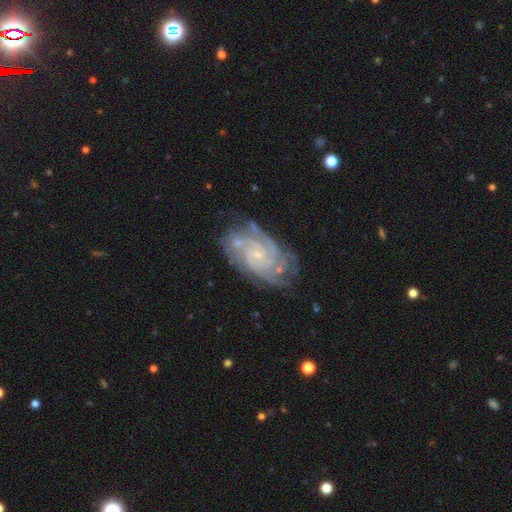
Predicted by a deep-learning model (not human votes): Overall: featured or disk (81%). Edge-on disk: no (96%). Bar: no (70%). Spiral arms: yes (97%). Spiral arm count: can't tell (29%; 4 22%). Spiral winding: tight (71%). Bulge size: small (75%). Merging: none (77%).